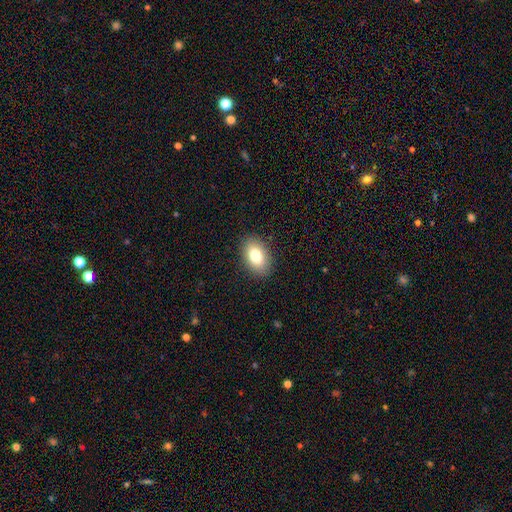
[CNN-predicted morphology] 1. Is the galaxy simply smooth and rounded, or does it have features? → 80% smooth, 11% featured or disk, 8% star or artifact.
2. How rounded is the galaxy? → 88% in between, 10% round, 1% cigar-shaped.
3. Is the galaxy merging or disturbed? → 89% none, 8% minor disturbance, 2% major disturbance, 1% merger.